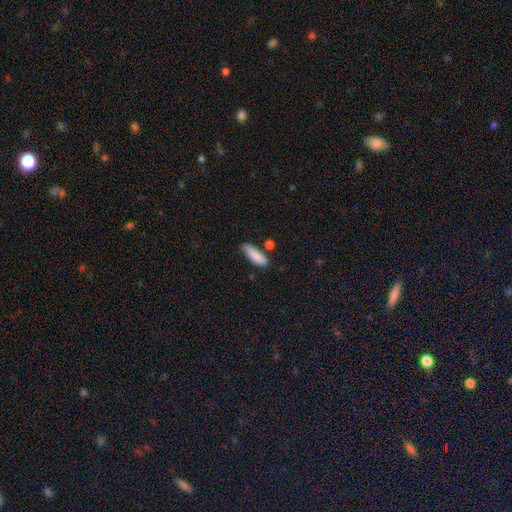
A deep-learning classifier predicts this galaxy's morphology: Q: Smooth or featured?
A: smooth (87%); runner-up: featured or disk (7%)
Q: How rounded?
A: in between (54%); runner-up: cigar-shaped (44%)
Q: Merging?
A: none (71%); runner-up: minor disturbance (18%)